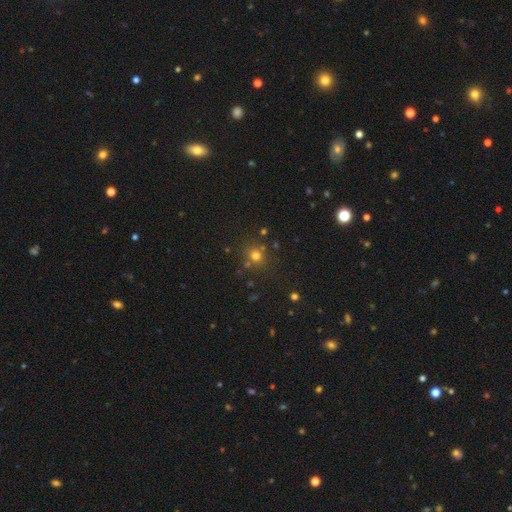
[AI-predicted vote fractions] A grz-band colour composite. It shows a smooth galaxy with no disk features (71%) that is round (86%). Merging: none (76%).